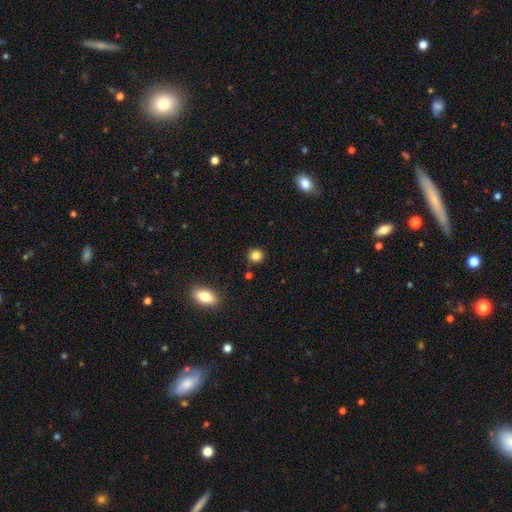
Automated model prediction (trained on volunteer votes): smooth-or-featured: smooth: 84% | star or artifact: 11% | featured or disk: 4%
  how-rounded: round: 88% | in between: 11% | cigar-shaped: 1%
  merging: none: 88% | minor disturbance: 7% | merger: 3% | major disturbance: 2%